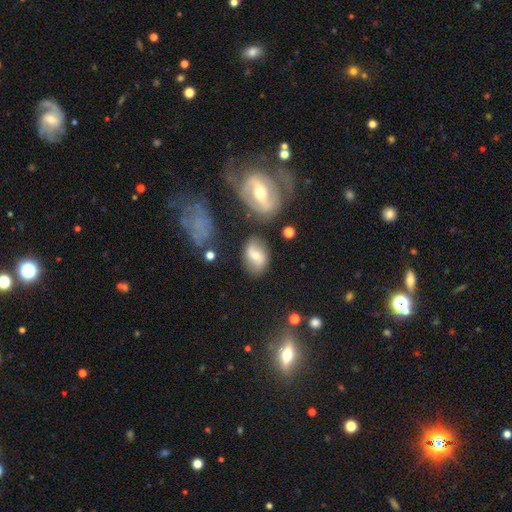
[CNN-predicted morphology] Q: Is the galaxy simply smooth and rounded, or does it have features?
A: smooth — 54%.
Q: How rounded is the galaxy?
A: in between — 78%.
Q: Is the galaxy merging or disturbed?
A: none — 69%.